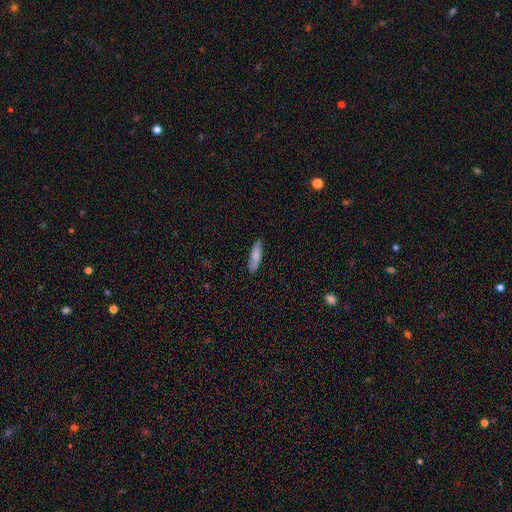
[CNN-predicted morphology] This appears to be a smooth galaxy with no disk features (81%) that is cigar-shaped (60%). Merging: none (83%).